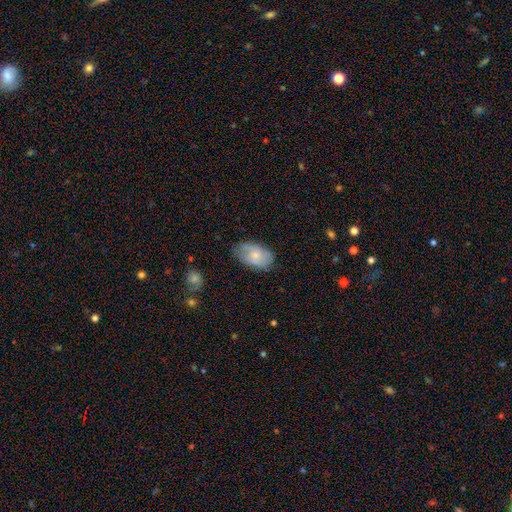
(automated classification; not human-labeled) Smooth or featured: smooth — 69% (featured or disk — 25%)
How rounded: in between — 92% (round — 7%)
Merging: none — 69% (minor disturbance — 24%)